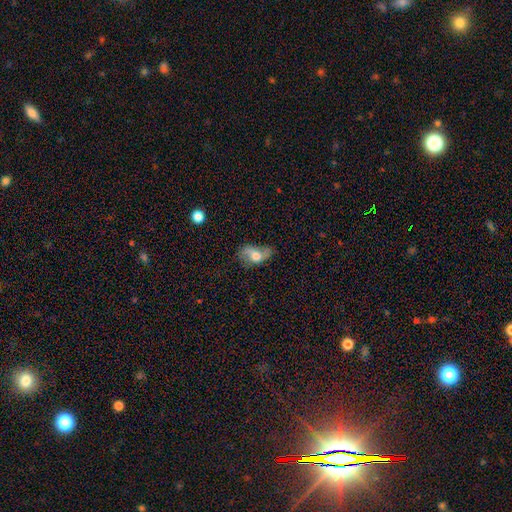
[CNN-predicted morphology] This appears to be a featured or disk galaxy (47%). Merging: none (48%).